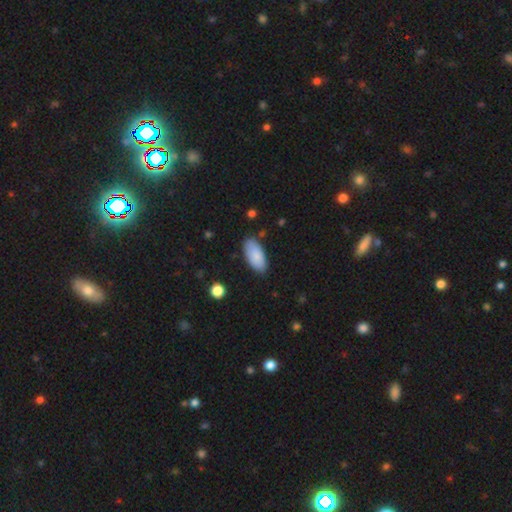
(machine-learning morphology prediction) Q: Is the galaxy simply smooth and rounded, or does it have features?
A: smooth — 88%.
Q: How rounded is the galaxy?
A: in between — 90%.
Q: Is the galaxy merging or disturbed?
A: none — 84%.